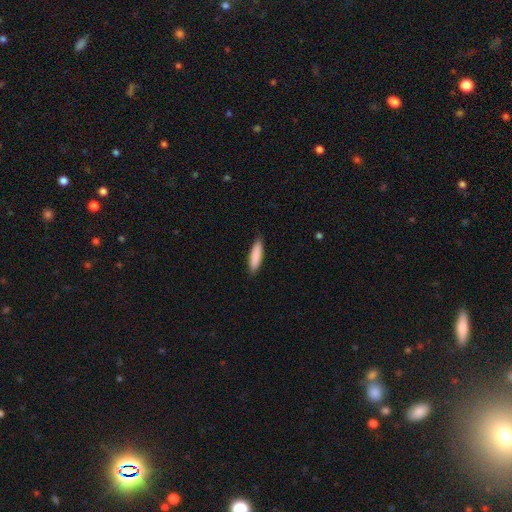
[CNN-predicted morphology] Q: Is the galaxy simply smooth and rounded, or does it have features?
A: smooth — 87%.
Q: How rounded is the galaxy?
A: cigar-shaped — 71%.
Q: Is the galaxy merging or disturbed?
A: none — 89%.